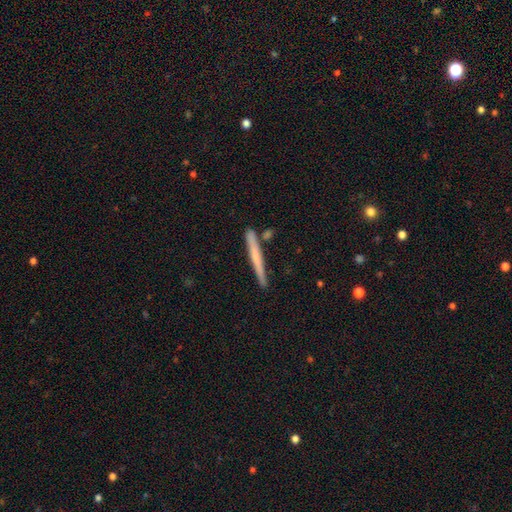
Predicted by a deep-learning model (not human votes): Smooth or featured? Predicted: smooth (p=0.52). How rounded? Predicted: cigar-shaped (p=0.97). Merging? Predicted: none (p=0.84).